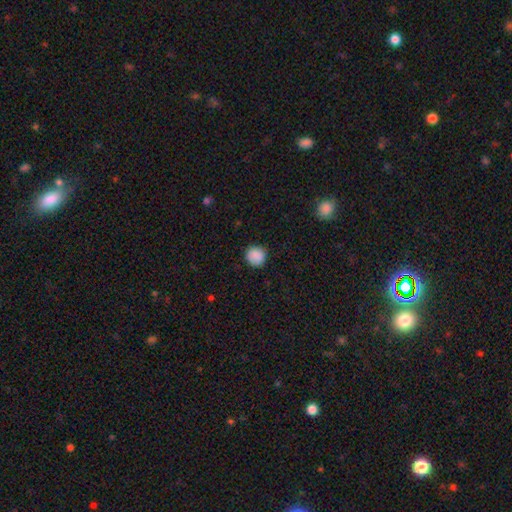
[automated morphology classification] A smooth galaxy with no disk features (88%) that is round (92%).

Vote fractions:
- Smooth or featured? smooth: 88% / star or artifact: 8% / featured or disk: 3%
- How rounded? round: 92% / in between: 7% / cigar-shaped: 1%
- Merging? none: 88% / minor disturbance: 9% / major disturbance: 2% / merger: 1%